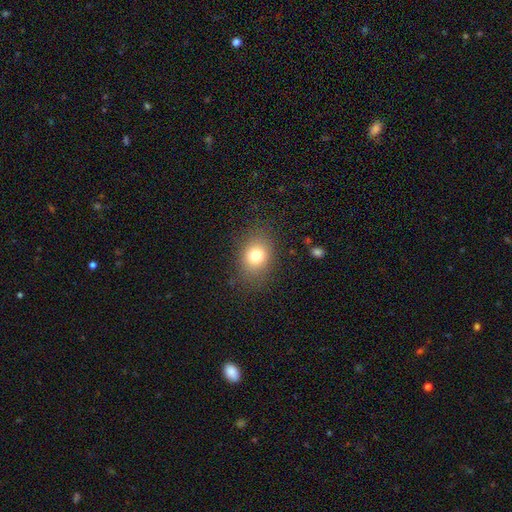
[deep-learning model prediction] Smooth or featured?
  - smooth: 78% *
  - star or artifact: 12%
  - featured or disk: 11%
How rounded?
  - in between: 56% *
  - round: 43%
  - cigar-shaped: 1%
Merging?
  - none: 81% *
  - minor disturbance: 12%
  - major disturbance: 5%
  - merger: 1%